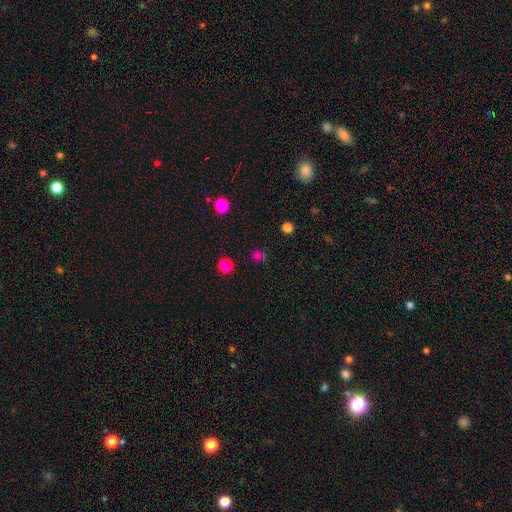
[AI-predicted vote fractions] A smooth galaxy with no disk features (72%) that is round (89%).

Vote fractions:
- Smooth or featured? smooth: 72% / star or artifact: 23% / featured or disk: 4%
- How rounded? round: 89% / in between: 10% / cigar-shaped: 1%
- Merging? none: 85% / minor disturbance: 8% / major disturbance: 3% / merger: 3%